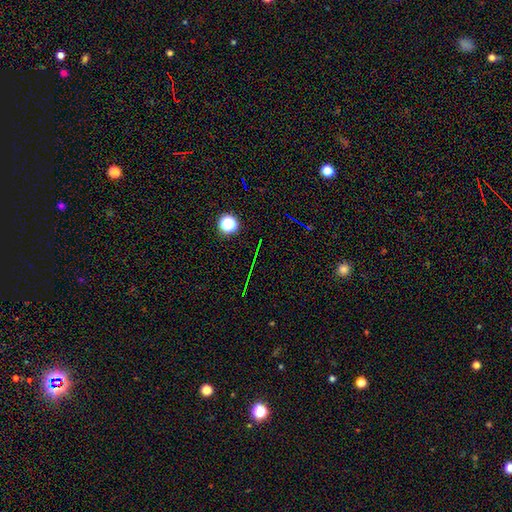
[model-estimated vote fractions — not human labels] Morphology: type=star or artifact (70%).